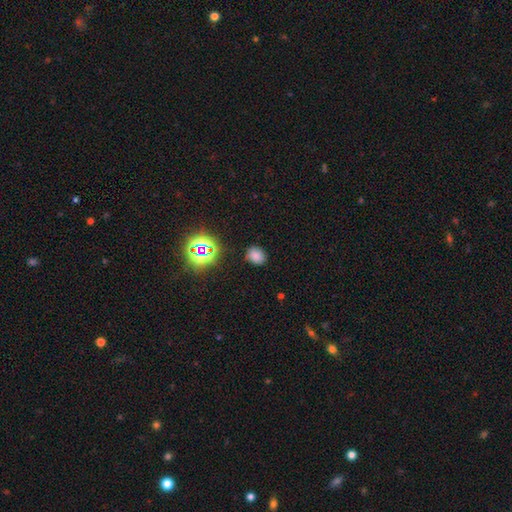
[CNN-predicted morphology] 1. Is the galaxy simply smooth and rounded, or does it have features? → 74% smooth, 20% star or artifact, 6% featured or disk.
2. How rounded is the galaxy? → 51% in between, 48% round, 1% cigar-shaped.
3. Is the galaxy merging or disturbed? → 82% none, 13% minor disturbance, 3% major disturbance, 2% merger.